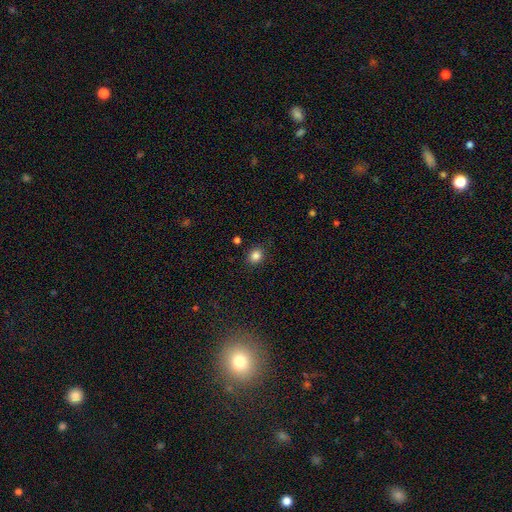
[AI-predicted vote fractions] Morphology: type=smooth (84%); roundness=round (67%); merging=none (87%).